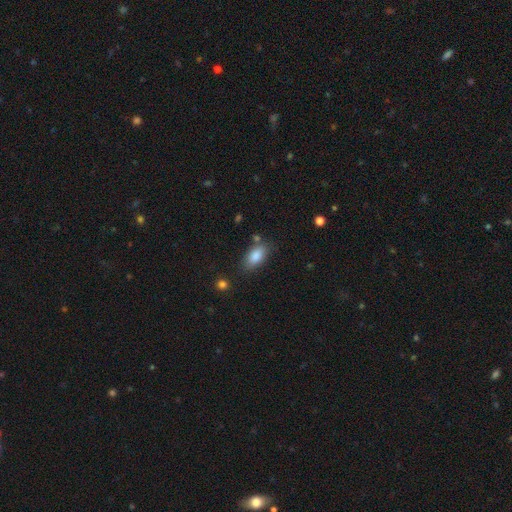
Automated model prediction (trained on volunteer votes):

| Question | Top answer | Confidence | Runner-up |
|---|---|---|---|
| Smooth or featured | smooth | 85% | star or artifact (7%) |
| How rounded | in between | 89% | cigar-shaped (7%) |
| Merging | none | 76% | minor disturbance (15%) |